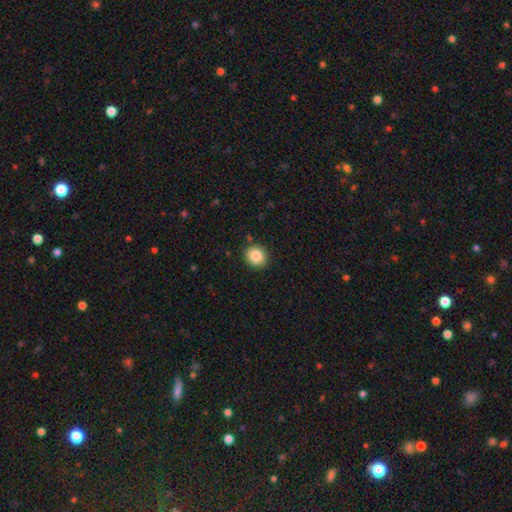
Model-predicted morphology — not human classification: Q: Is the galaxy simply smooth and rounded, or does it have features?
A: smooth — 85%.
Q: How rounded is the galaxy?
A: round — 88%.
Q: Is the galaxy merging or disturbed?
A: none — 90%.